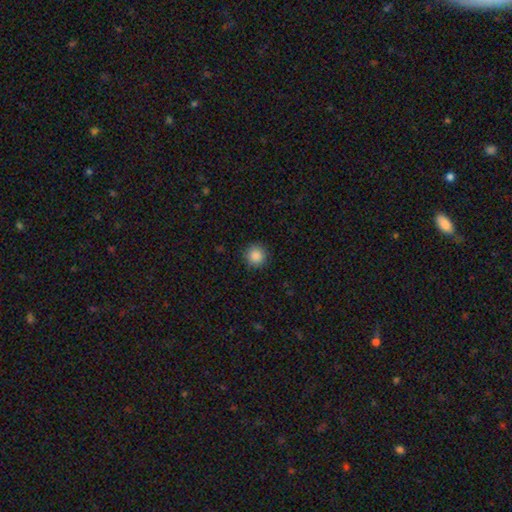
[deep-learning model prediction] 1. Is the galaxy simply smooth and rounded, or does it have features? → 88% smooth, 9% star or artifact, 3% featured or disk.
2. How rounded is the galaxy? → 95% round, 4% in between, 1% cigar-shaped.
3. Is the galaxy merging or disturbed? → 90% none, 7% minor disturbance, 2% major disturbance, 1% merger.